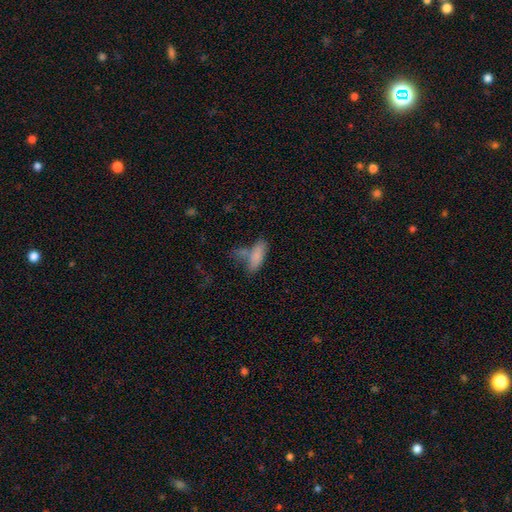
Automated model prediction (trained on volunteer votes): Smooth or featured? smooth (81%)
How rounded? in between (68%)
Merging? none (46%)